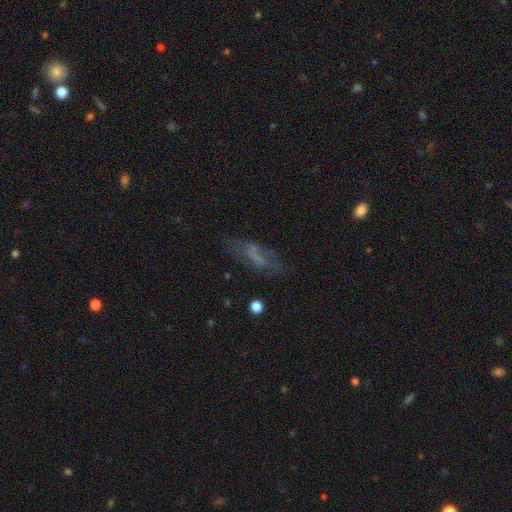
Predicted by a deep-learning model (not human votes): Morphology: type=smooth (43%); merging=none (59%).